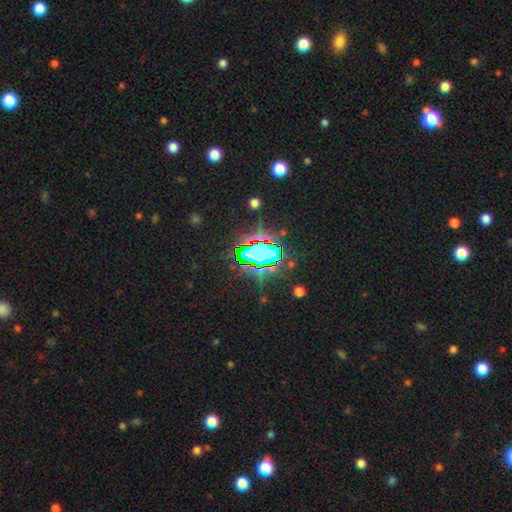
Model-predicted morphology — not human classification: type=star or artifact (74%).